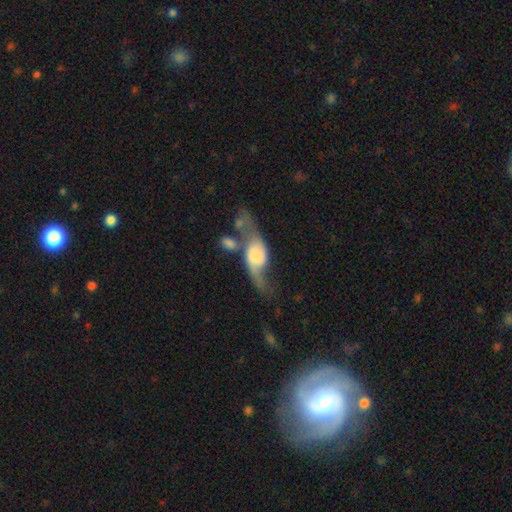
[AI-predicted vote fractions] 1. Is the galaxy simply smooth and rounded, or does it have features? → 69% featured or disk, 24% smooth, 7% star or artifact.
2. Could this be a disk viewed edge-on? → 87% no, 13% yes.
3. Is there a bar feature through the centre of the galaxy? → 61% no, 29% weak, 9% strong.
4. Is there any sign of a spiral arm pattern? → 89% yes, 11% no.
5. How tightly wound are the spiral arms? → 86% loose, 11% medium, 3% tight.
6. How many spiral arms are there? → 89% 2, 5% 1, 3% can't tell, 1% 3, 1% 4, 1% more than 4.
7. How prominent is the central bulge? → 32% large, 19% moderate, 17% small, 17% none, 15% dominant.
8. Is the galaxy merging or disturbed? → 33% none, 26% merger, 23% major disturbance, 19% minor disturbance.